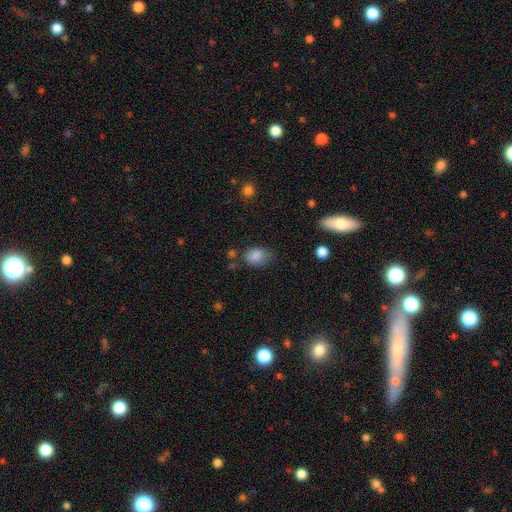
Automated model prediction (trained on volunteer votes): Smooth or featured? Predicted: smooth (p=0.84). How rounded? Predicted: in between (p=0.74). Merging? Predicted: none (p=0.58).